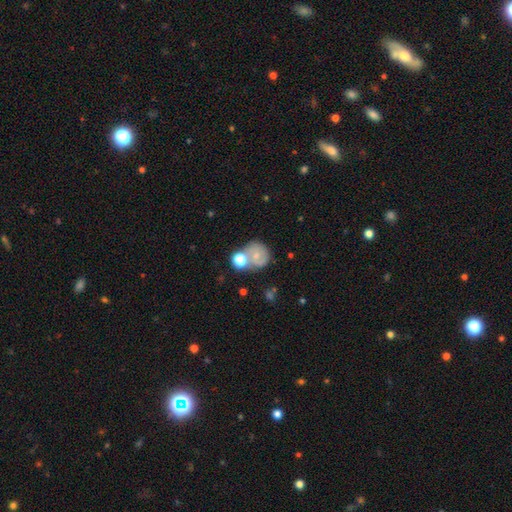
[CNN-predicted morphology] smooth-or-featured: smooth: 57% | featured or disk: 32% | star or artifact: 11%
  how-rounded: round: 79% | in between: 20% | cigar-shaped: 1%
  merging: none: 41% | merger: 32% | minor disturbance: 17% | major disturbance: 10%